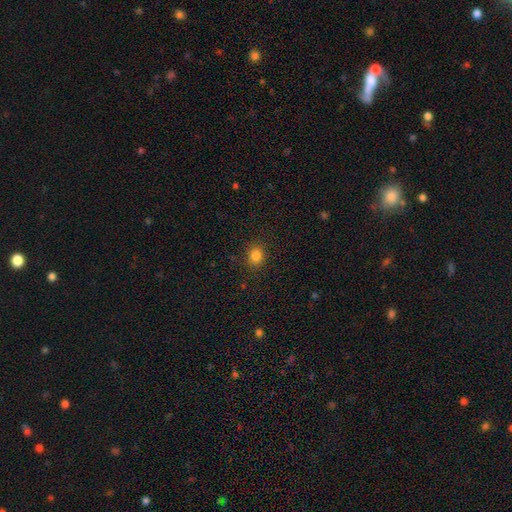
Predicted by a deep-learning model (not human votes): Smooth or featured: smooth — 83% (star or artifact — 12%)
How rounded: round — 63% (in between — 36%)
Merging: none — 88% (minor disturbance — 8%)